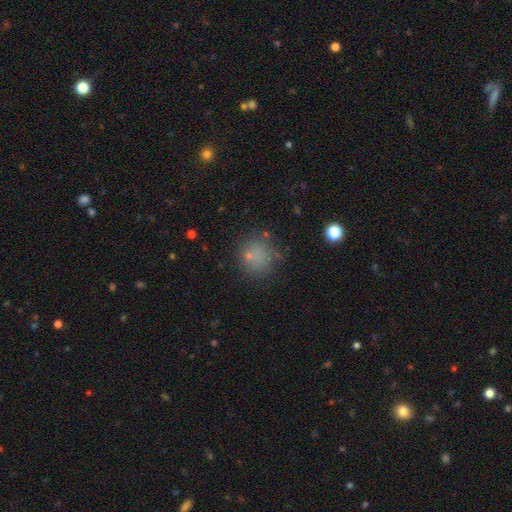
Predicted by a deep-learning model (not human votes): smooth_or_featured: smooth (p=0.71) [alt: star or artifact p=0.19]
how_rounded: round (p=0.86) [alt: in between p=0.13]
merging: none (p=0.68) [alt: minor disturbance p=0.17]